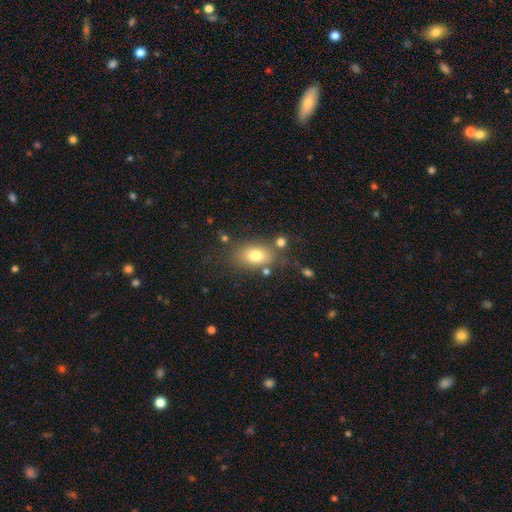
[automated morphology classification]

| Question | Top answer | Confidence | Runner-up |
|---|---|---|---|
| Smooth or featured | smooth | 77% | featured or disk (14%) |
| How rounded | in between | 81% | round (17%) |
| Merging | none | 71% | minor disturbance (15%) |